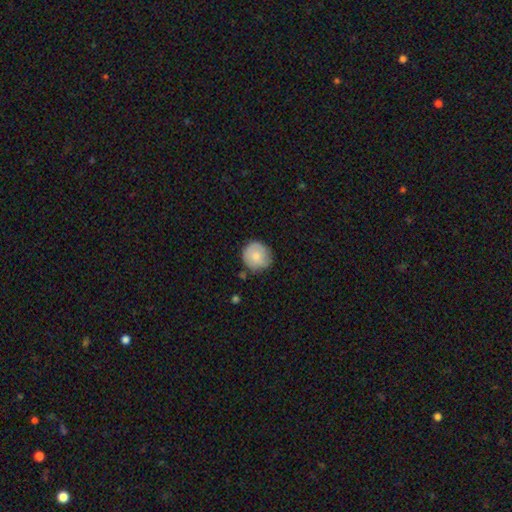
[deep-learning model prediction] Q: Smooth or featured?
A: smooth (81%); runner-up: featured or disk (13%)
Q: How rounded?
A: round (92%); runner-up: in between (7%)
Q: Merging?
A: none (78%); runner-up: minor disturbance (17%)